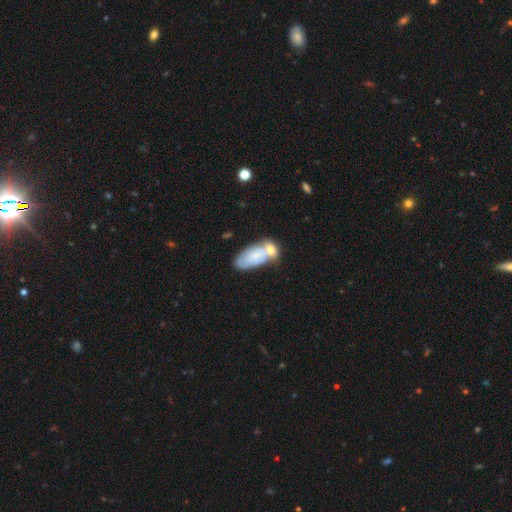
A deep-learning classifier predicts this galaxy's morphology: smooth_or_featured: smooth (p=0.68) [alt: featured or disk p=0.26]
how_rounded: in between (p=0.87) [alt: cigar-shaped p=0.09]
merging: merger (p=0.51) [alt: none p=0.29]